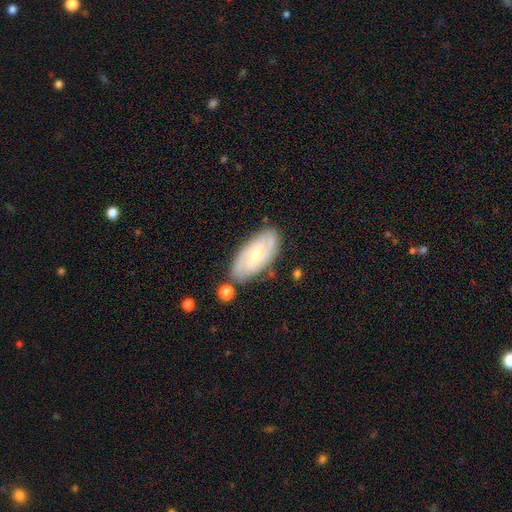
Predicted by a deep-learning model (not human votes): Overall: featured or disk (71%). Edge-on disk: no (92%). Bar: weak (48%; no 33%). Spiral arms: yes (88%). Spiral arm count: 2 (48%; can't tell 29%). Spiral winding: tight (45%; medium 39%). Bulge size: small (53%; moderate 43%). Merging: none (75%).